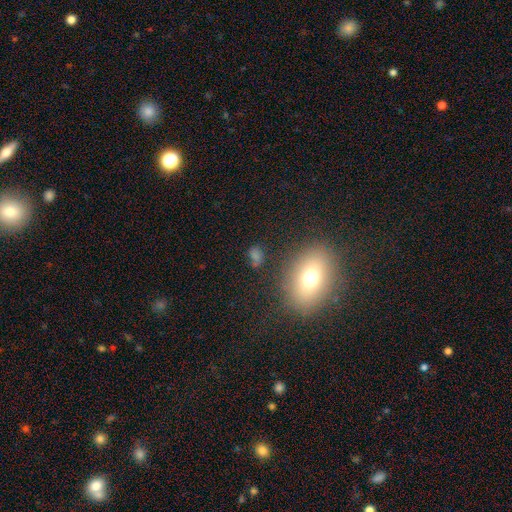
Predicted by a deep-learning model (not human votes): This appears to be a smooth galaxy with no disk features (66%) that is in between round and cigar-shaped (63%). Merging: none (73%).